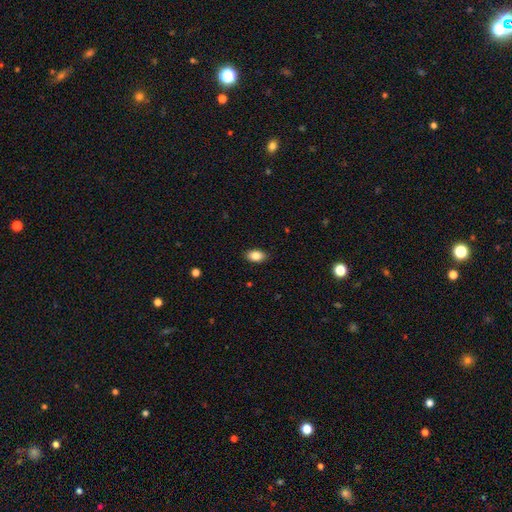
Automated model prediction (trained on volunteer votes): Smooth or featured? smooth (86%)
How rounded? in between (91%)
Merging? none (88%)